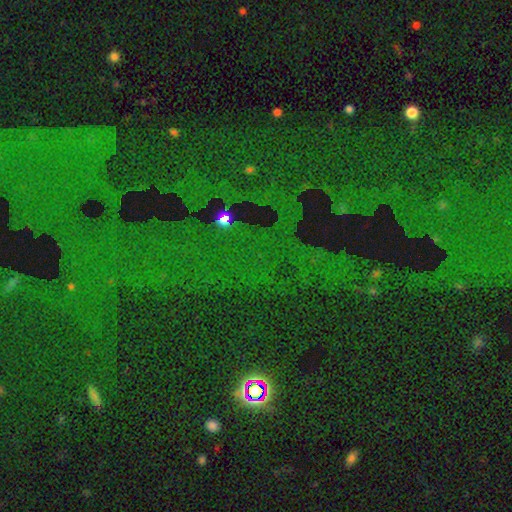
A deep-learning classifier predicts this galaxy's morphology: Overall: star or artifact (80%).